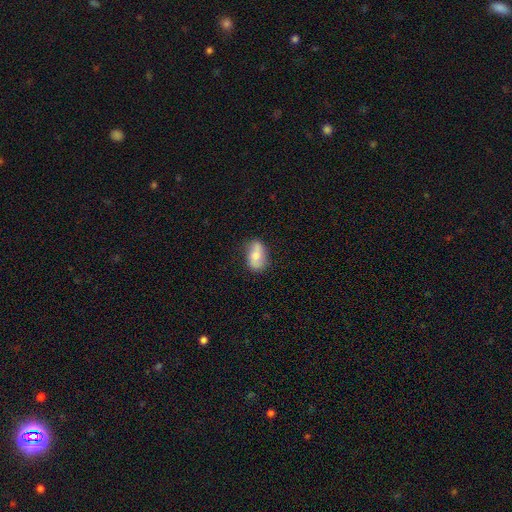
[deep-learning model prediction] Smooth or featured: smooth — 63% (featured or disk — 30%)
How rounded: in between — 87% (round — 8%)
Merging: none — 72% (minor disturbance — 21%)